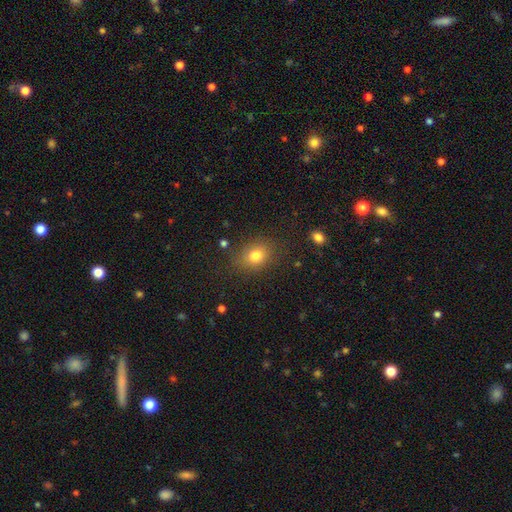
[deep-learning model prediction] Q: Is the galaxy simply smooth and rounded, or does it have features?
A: smooth — 79%.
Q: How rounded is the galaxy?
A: in between — 52%.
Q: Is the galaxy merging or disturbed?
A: none — 78%.